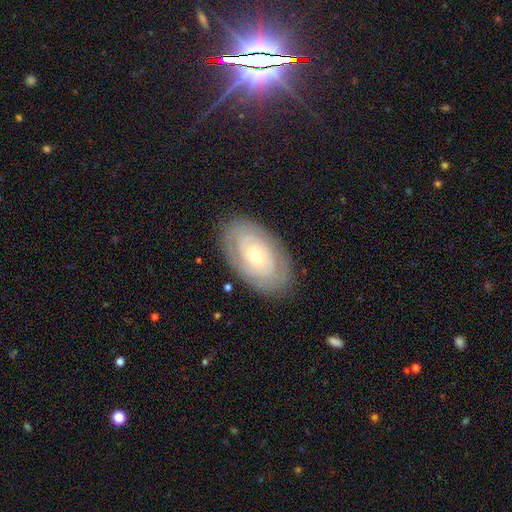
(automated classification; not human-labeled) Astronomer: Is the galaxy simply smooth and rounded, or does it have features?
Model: featured or disk — 69%.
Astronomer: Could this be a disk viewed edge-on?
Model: no — 94%.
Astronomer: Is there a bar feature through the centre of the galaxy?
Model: no — 83%.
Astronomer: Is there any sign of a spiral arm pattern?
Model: yes — 69%.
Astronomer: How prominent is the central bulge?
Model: small — 63%.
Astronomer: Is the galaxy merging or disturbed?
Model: none — 84%.